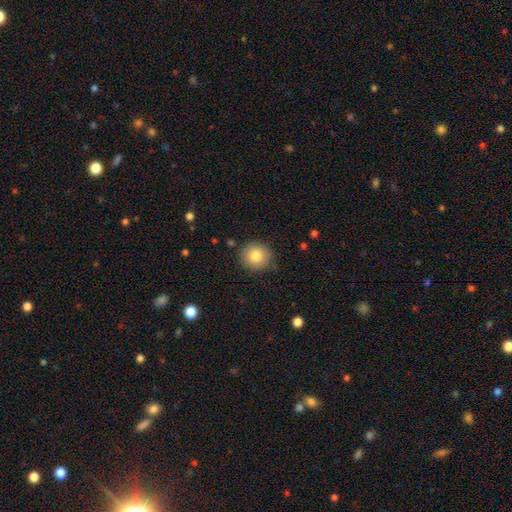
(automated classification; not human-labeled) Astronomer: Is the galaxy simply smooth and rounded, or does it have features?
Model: smooth — 81%.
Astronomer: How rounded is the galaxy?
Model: round — 91%.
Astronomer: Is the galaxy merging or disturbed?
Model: none — 86%.